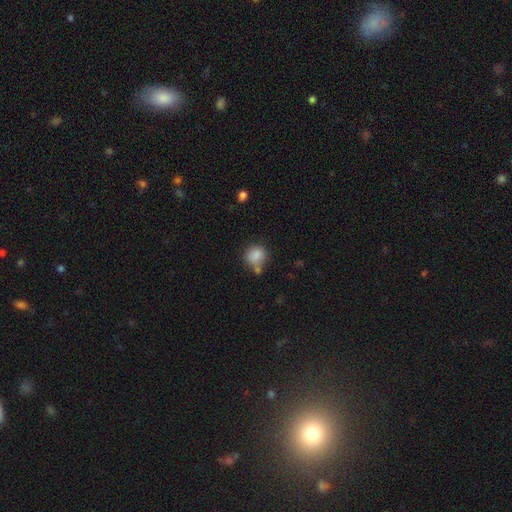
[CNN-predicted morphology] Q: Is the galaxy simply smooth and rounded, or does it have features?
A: smooth — 84%.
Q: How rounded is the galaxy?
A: round — 72%.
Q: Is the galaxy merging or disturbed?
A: none — 57%.